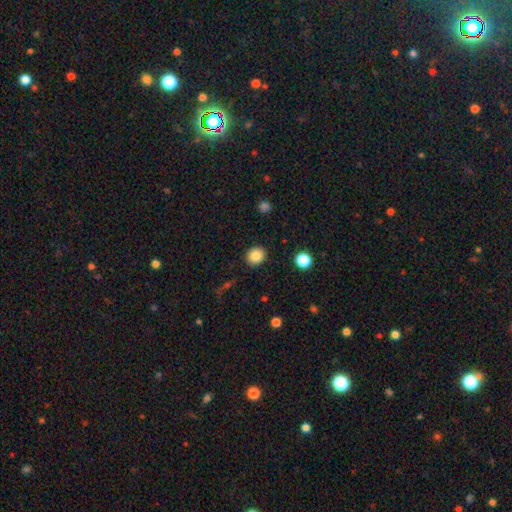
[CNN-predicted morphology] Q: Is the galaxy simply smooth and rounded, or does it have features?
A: smooth — 84%.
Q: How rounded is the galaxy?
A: round — 72%.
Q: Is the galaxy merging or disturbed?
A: none — 90%.